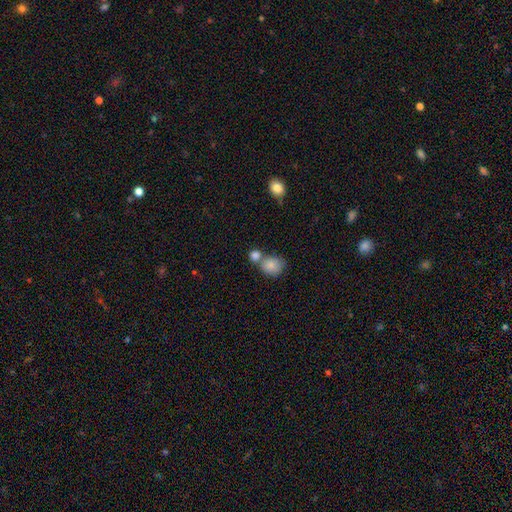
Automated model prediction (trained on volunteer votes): Q: Smooth or featured?
A: smooth (84%); runner-up: star or artifact (10%)
Q: How rounded?
A: round (71%); runner-up: in between (28%)
Q: Merging?
A: none (46%); runner-up: merger (43%)